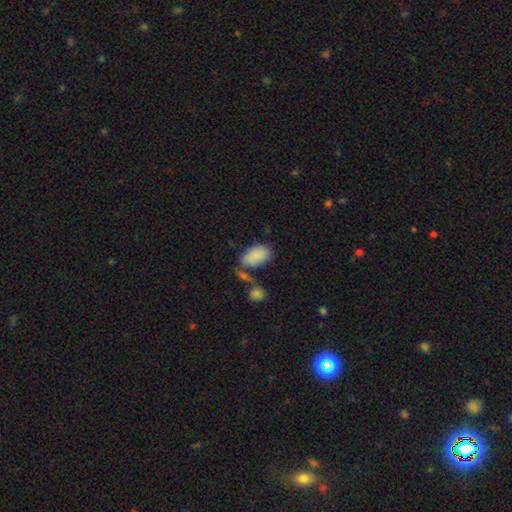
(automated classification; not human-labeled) A smooth galaxy with no disk features (86%) that is in between round and cigar-shaped (94%).

Vote fractions:
- Smooth or featured? smooth: 86% / star or artifact: 7% / featured or disk: 7%
- How rounded? in between: 94% / round: 5% / cigar-shaped: 2%
- Merging? none: 54% / minor disturbance: 19% / merger: 18% / major disturbance: 8%